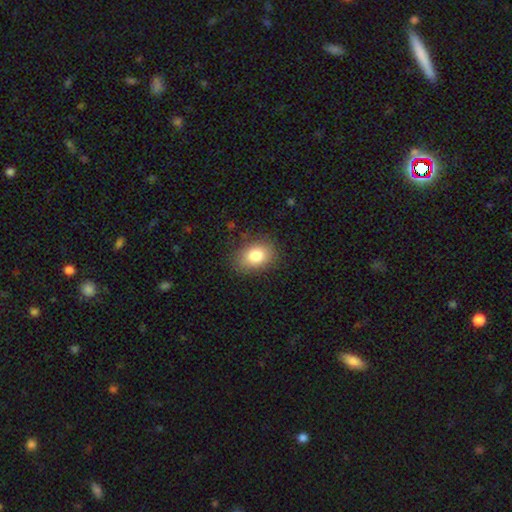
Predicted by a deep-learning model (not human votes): smooth-or-featured: smooth: 82% | featured or disk: 10% | star or artifact: 9%
  how-rounded: in between: 74% | round: 25% | cigar-shaped: 1%
  merging: none: 83% | minor disturbance: 12% | major disturbance: 4% | merger: 1%